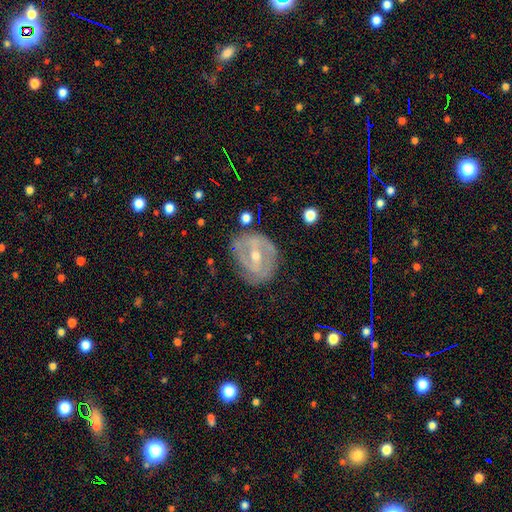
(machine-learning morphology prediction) This appears to be a featured or disk galaxy (80%) with a strong bar (41%, tied with weak), 2 (67%) tight (47%) spiral arms (80%) and a moderate central bulge (55%). Merging: none (74%).